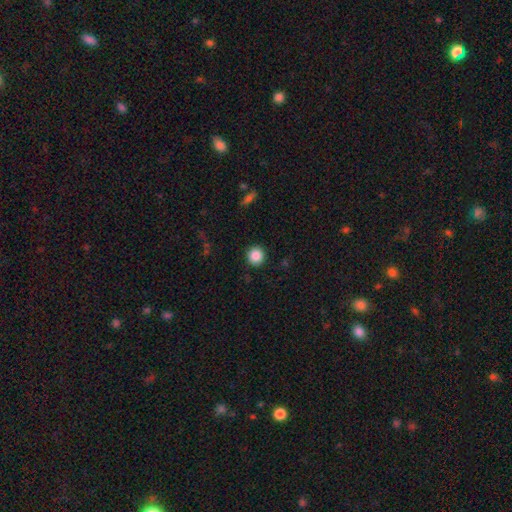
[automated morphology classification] The model was most divided on "smooth or featured": smooth: 87%, star or artifact: 9%, featured or disk: 3%. More confident: how rounded — round (92%); merging — none (91%).